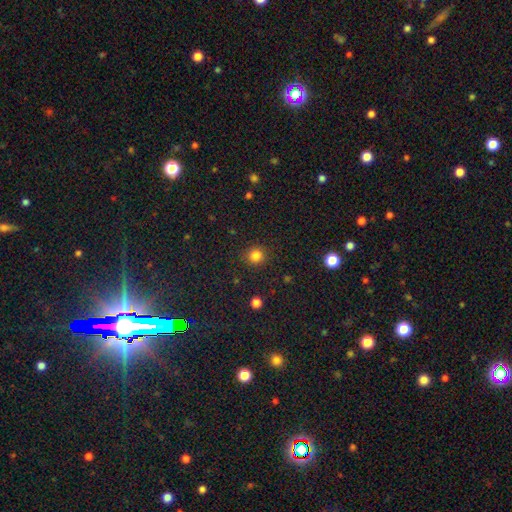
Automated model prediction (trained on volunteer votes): Smooth or featured: smooth — 82% (star or artifact — 13%)
How rounded: round — 93% (in between — 6%)
Merging: none — 91% (minor disturbance — 6%)